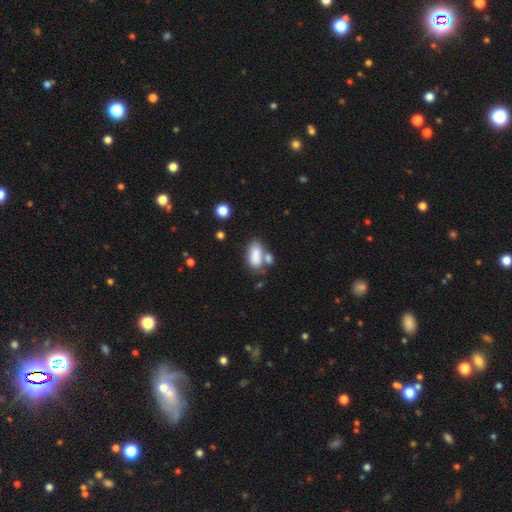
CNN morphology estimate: Smooth or featured? Predicted: smooth (p=0.81). How rounded? Predicted: in between (p=0.90). Merging? Predicted: merger (p=0.41).